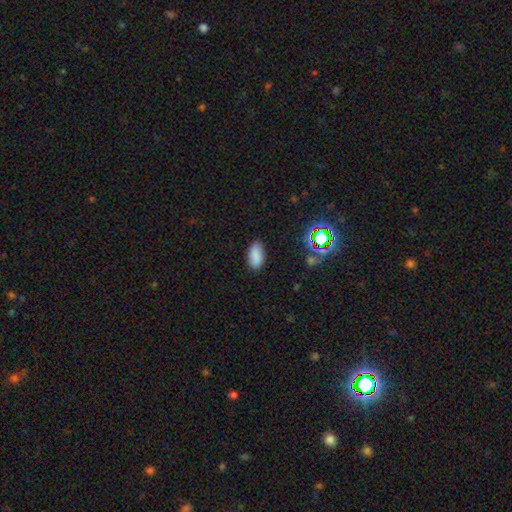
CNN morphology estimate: The model was most divided on "smooth or featured": smooth: 84%, star or artifact: 11%, featured or disk: 5%. More confident: how rounded — in between (93%); merging — none (85%).